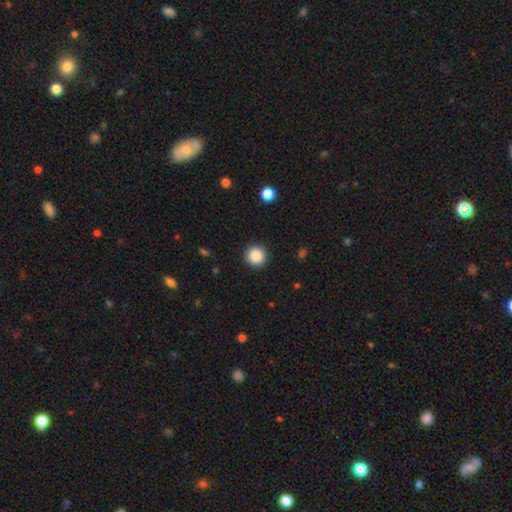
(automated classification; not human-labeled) Smooth or featured: smooth — 87% (star or artifact — 10%)
How rounded: round — 95% (in between — 4%)
Merging: none — 91% (minor disturbance — 6%)